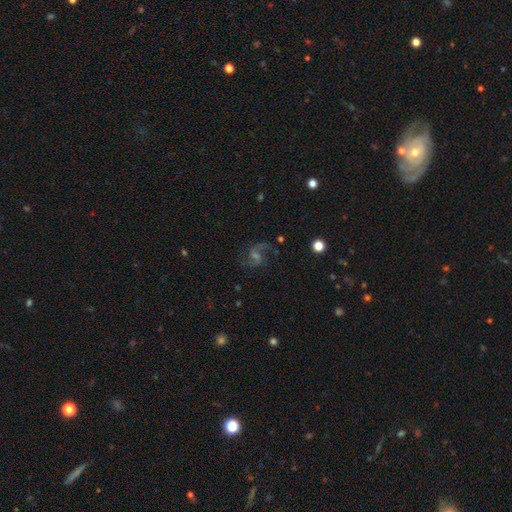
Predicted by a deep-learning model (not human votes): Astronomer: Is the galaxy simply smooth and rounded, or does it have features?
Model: featured or disk — 79%.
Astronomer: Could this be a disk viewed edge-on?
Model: no — 97%.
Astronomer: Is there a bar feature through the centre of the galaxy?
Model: weak — 51% (runner-up: no, 33%).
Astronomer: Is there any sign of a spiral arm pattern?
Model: yes — 96%.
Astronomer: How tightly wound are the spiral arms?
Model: loose — 51% (runner-up: medium, 41%).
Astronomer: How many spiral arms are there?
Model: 2 — 89%.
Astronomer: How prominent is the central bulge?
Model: small — 47% (runner-up: moderate, 32%).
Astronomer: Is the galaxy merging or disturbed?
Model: none — 76%.